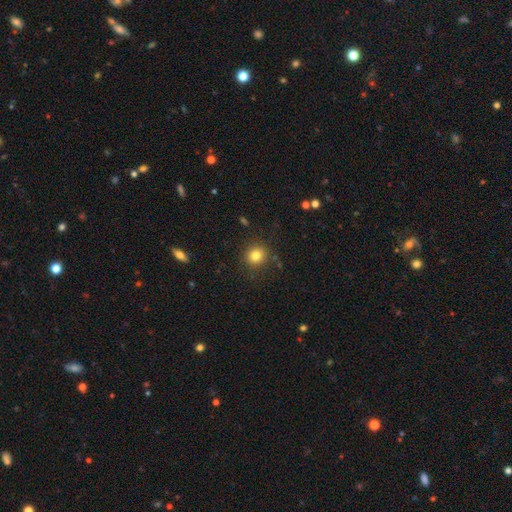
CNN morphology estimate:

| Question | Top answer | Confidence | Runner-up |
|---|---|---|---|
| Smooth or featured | smooth | 81% | star or artifact (13%) |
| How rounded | round | 89% | in between (11%) |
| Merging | none | 88% | minor disturbance (7%) |